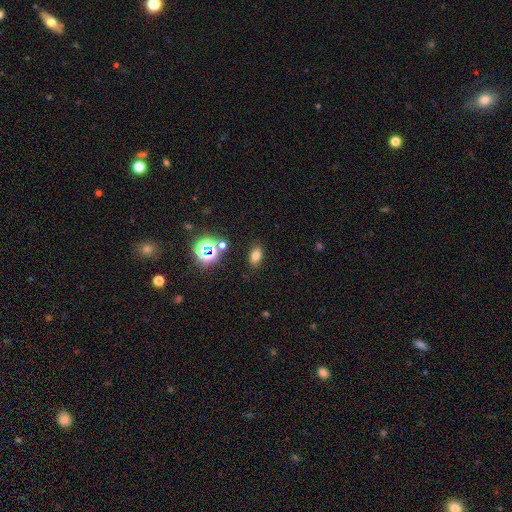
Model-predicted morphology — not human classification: Overall: smooth (72%). How rounded: in between (83%). Merging: none (85%).